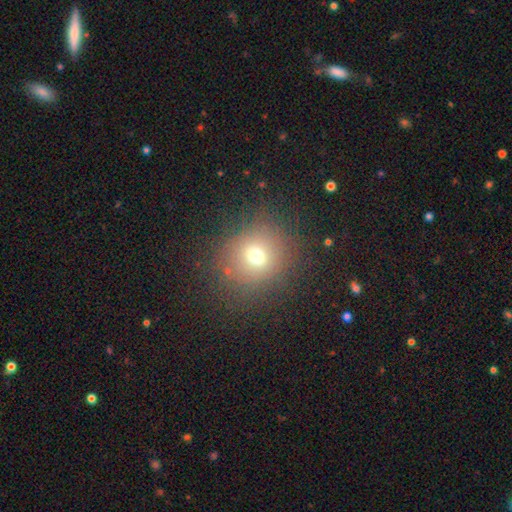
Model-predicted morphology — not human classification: smooth_or_featured: smooth (p=0.67) [alt: star or artifact p=0.20]
how_rounded: round (p=0.77) [alt: in between p=0.21]
merging: none (p=0.81) [alt: minor disturbance p=0.11]